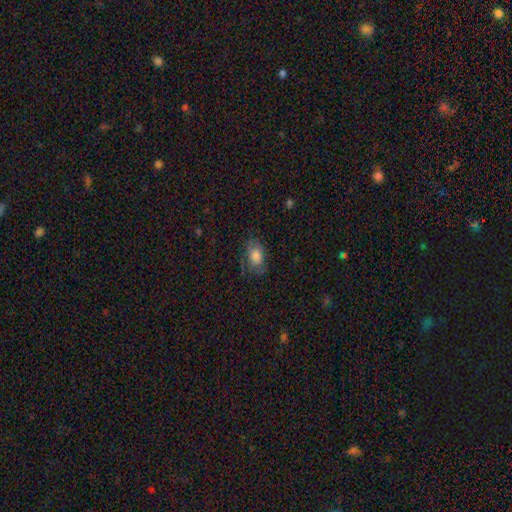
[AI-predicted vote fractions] Smooth or featured? Predicted: smooth (p=0.74). How rounded? Predicted: in between (p=0.82). Merging? Predicted: none (p=0.66).